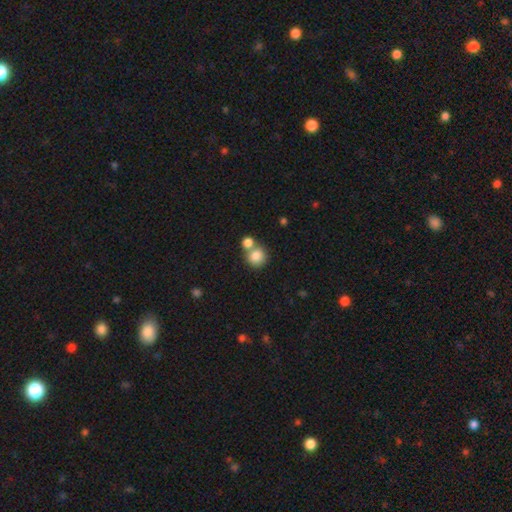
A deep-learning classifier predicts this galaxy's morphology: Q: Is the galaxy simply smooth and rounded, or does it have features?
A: smooth — 83%.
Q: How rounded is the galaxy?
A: round — 86%.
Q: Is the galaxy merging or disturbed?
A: none — 49%.